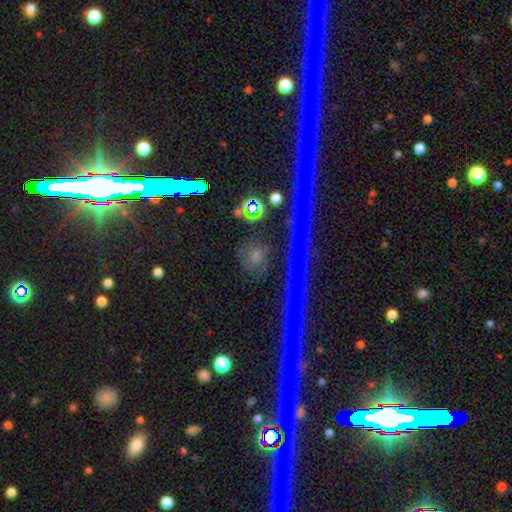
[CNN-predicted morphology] This appears to be a smooth galaxy with no disk features (43%). Merging: none (80%).